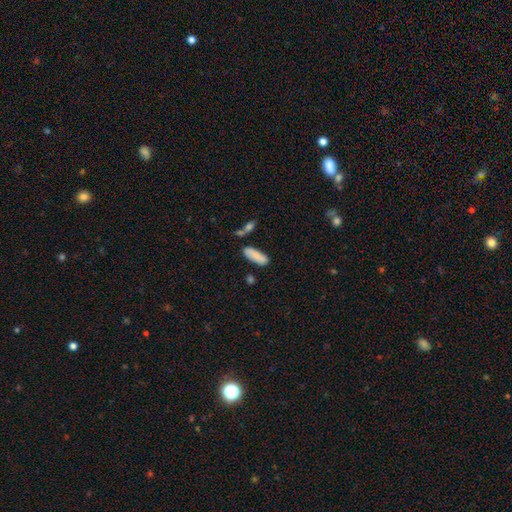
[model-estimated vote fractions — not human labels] smooth_or_featured: smooth (p=0.80) [alt: featured or disk p=0.13]
how_rounded: in between (p=0.63) [alt: cigar-shaped p=0.35]
merging: none (p=0.68) [alt: minor disturbance p=0.17]